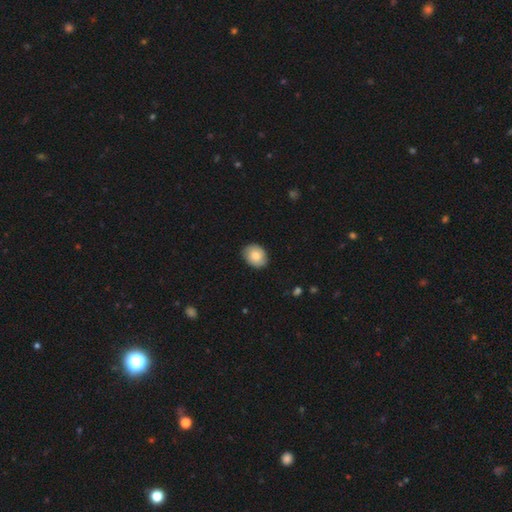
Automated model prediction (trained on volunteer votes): This is likely a smooth galaxy (78%). How rounded: possibly round (50%). Merging: clearly none (83%).